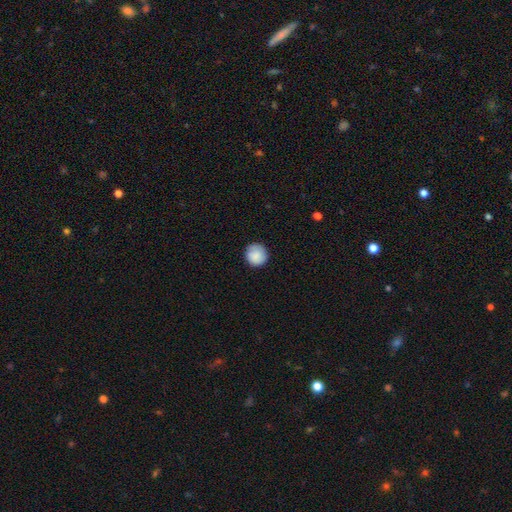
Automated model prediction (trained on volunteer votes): smooth_or_featured: smooth (p=0.87) [alt: star or artifact p=0.07]
how_rounded: round (p=0.93) [alt: in between p=0.06]
merging: none (p=0.86) [alt: minor disturbance p=0.10]